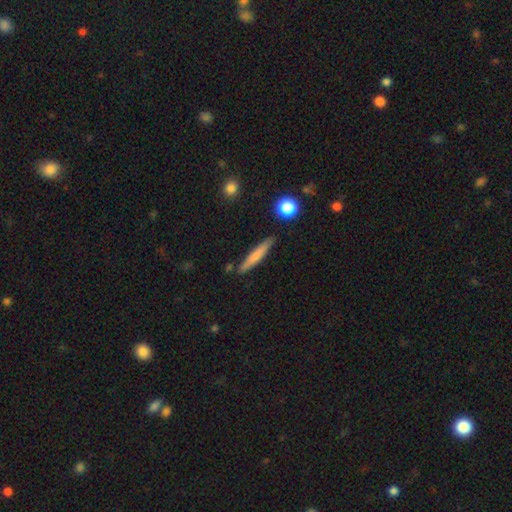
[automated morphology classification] Q: Smooth or featured?
A: smooth (67%); runner-up: featured or disk (27%)
Q: How rounded?
A: cigar-shaped (94%); runner-up: in between (5%)
Q: Merging?
A: none (86%); runner-up: minor disturbance (9%)